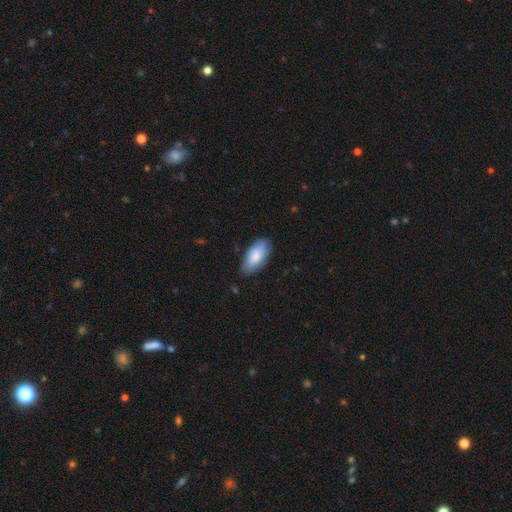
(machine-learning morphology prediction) type=smooth (82%); roundness=in between (91%); merging=none (81%).